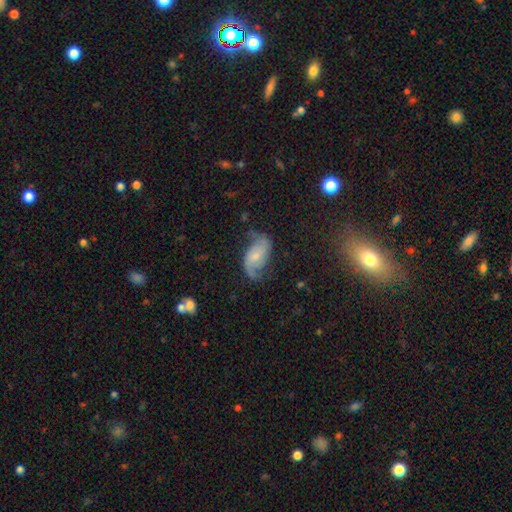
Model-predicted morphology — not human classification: Overall: featured or disk (75%). Edge-on disk: no (97%). Bar: no (51%; weak 37%). Spiral arms: yes (93%). Spiral arm count: 2 (87%). Spiral winding: loose (54%; medium 33%). Bulge size: small (57%; moderate 30%). Merging: none (59%; minor disturbance 24%).